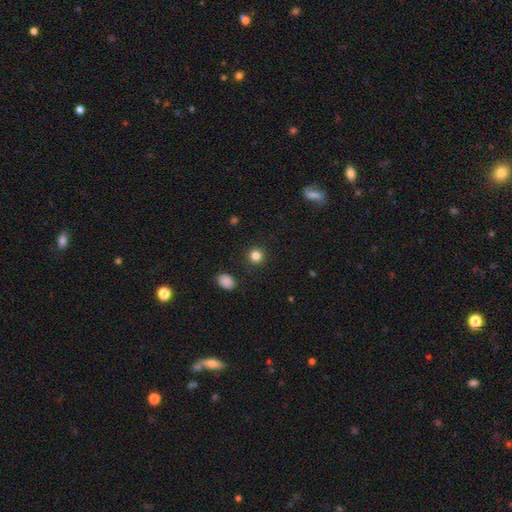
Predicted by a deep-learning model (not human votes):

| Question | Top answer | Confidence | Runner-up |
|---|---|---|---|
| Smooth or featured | smooth | 83% | star or artifact (12%) |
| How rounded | round | 91% | in between (8%) |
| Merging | none | 92% | minor disturbance (5%) |